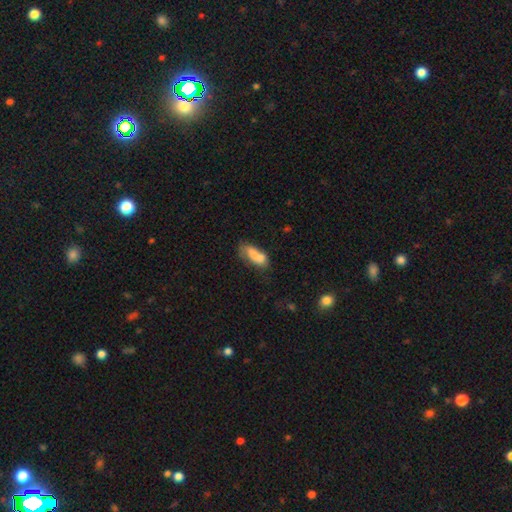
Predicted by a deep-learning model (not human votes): Q: Smooth or featured?
A: smooth (73%); runner-up: featured or disk (19%)
Q: How rounded?
A: in between (72%); runner-up: cigar-shaped (26%)
Q: Merging?
A: none (44%); runner-up: minor disturbance (27%)